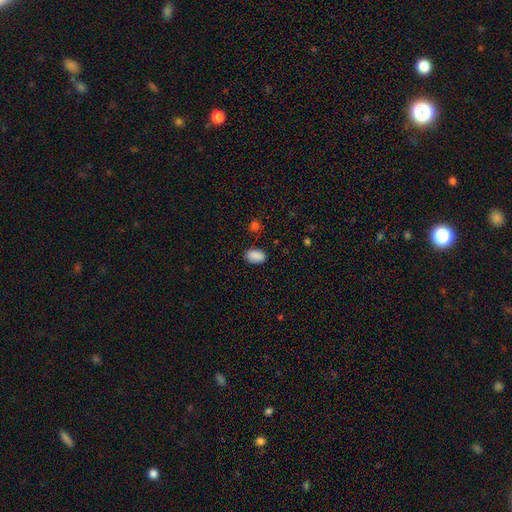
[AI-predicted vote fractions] Smooth or featured: smooth — 89% (star or artifact — 8%)
How rounded: in between — 92% (round — 6%)
Merging: none — 83% (minor disturbance — 12%)